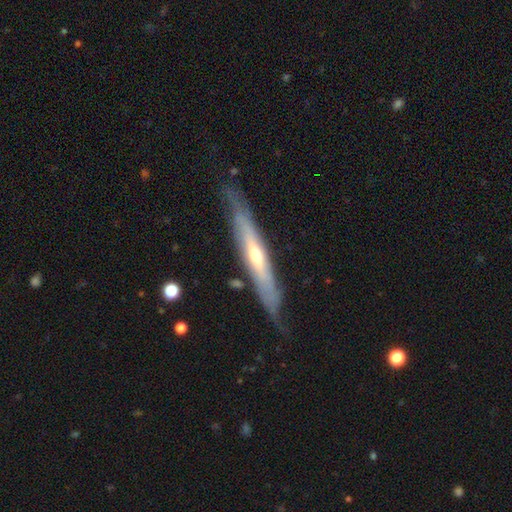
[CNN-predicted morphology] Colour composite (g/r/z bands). It shows a featured or disk galaxy (71%) viewed edge-on (78%) with a rounded central bulge (69%). Merging: none (75%).